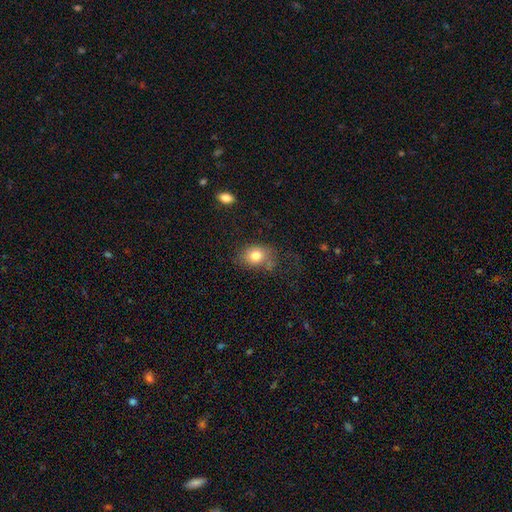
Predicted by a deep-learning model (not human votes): A smooth galaxy with no disk features (79%) that is in between round and cigar-shaped (52%).

Vote fractions:
- Smooth or featured? smooth: 79% / featured or disk: 11% / star or artifact: 10%
- How rounded? in between: 52% / round: 47% / cigar-shaped: 1%
- Merging? none: 64% / minor disturbance: 22% / major disturbance: 10% / merger: 5%